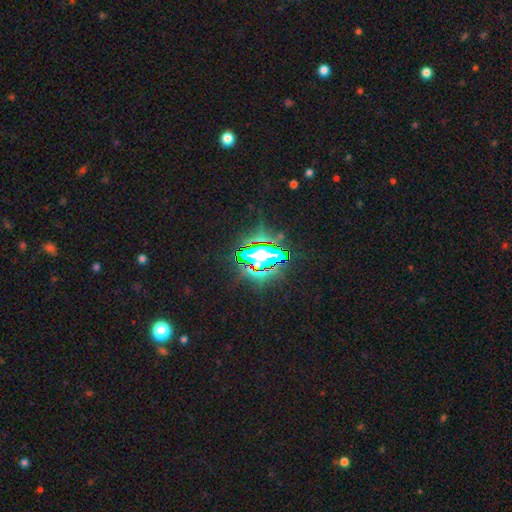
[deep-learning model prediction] This appears to be a star or artifact, not a galaxy (82%).